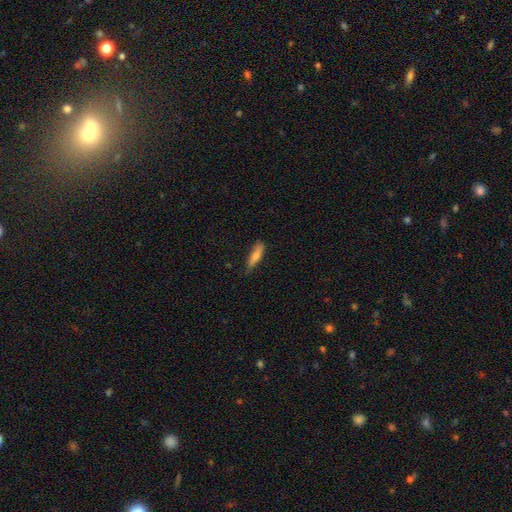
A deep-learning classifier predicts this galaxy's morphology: smooth_or_featured: smooth (p=0.70) [alt: featured or disk p=0.24]
how_rounded: cigar-shaped (p=0.70) [alt: in between p=0.29]
merging: none (p=0.72) [alt: minor disturbance p=0.23]